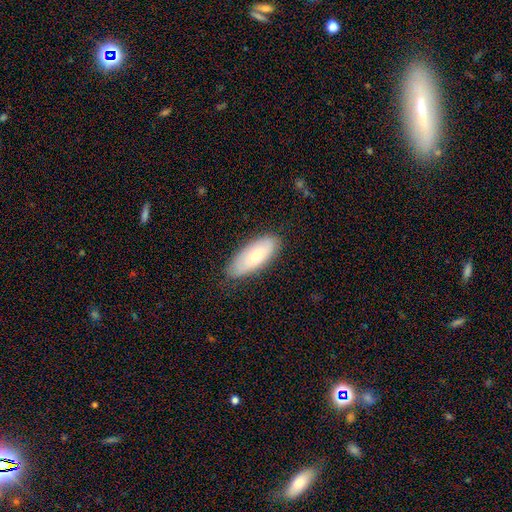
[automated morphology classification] Smooth or featured? Predicted: smooth (p=0.68). How rounded? Predicted: in between (p=0.80). Merging? Predicted: none (p=0.82).